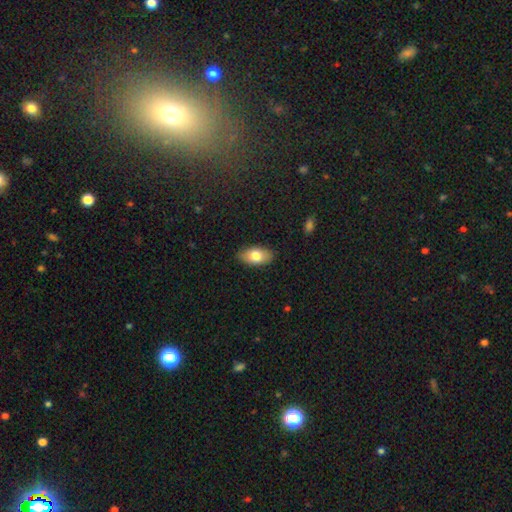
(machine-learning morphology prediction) A smooth galaxy with no disk features (77%) that is in between round and cigar-shaped (93%).

Vote fractions:
- Smooth or featured? smooth: 77% / featured or disk: 16% / star or artifact: 7%
- How rounded? in between: 93% / round: 5% / cigar-shaped: 3%
- Merging? none: 87% / minor disturbance: 10% / major disturbance: 2% / merger: 1%